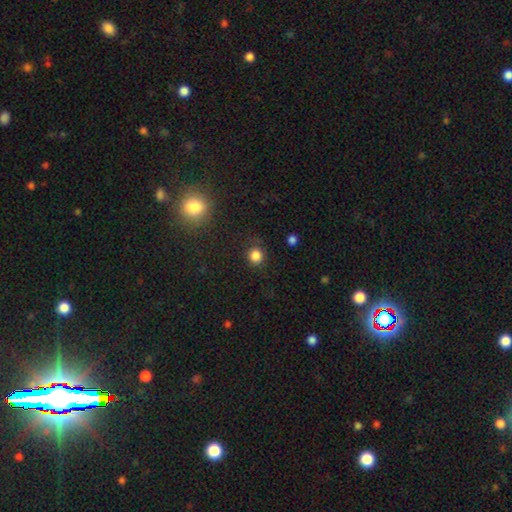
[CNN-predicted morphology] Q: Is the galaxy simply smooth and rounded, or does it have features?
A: smooth — 83%.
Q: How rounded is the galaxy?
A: round — 88%.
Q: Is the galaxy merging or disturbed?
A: none — 84%.